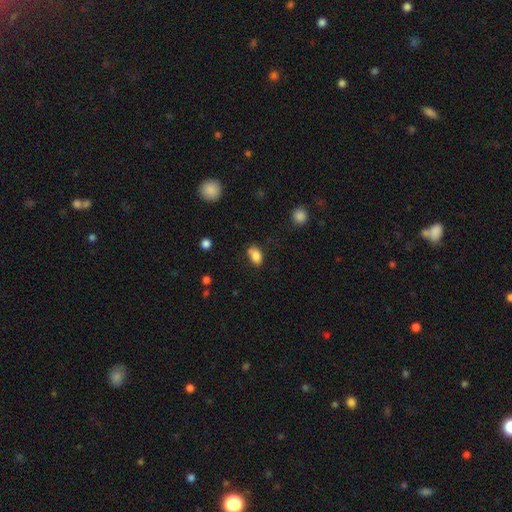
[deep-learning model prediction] Smooth or featured?
  - smooth: 84% *
  - star or artifact: 9%
  - featured or disk: 7%
How rounded?
  - in between: 87% *
  - round: 11%
  - cigar-shaped: 2%
Merging?
  - none: 66% *
  - minor disturbance: 24%
  - major disturbance: 6%
  - merger: 4%